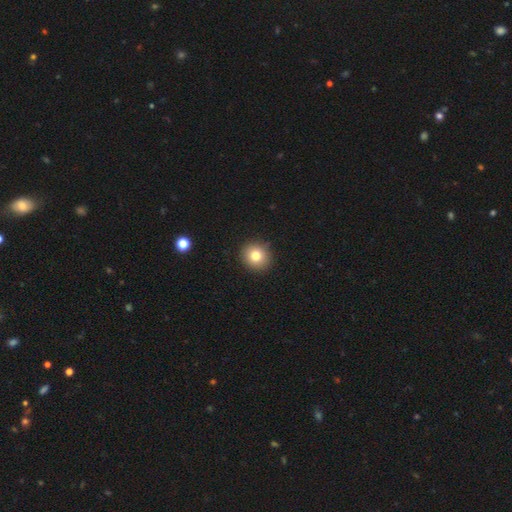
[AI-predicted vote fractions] Smooth or featured: smooth — 80% (star or artifact — 11%)
How rounded: round — 87% (in between — 12%)
Merging: none — 91% (minor disturbance — 6%)